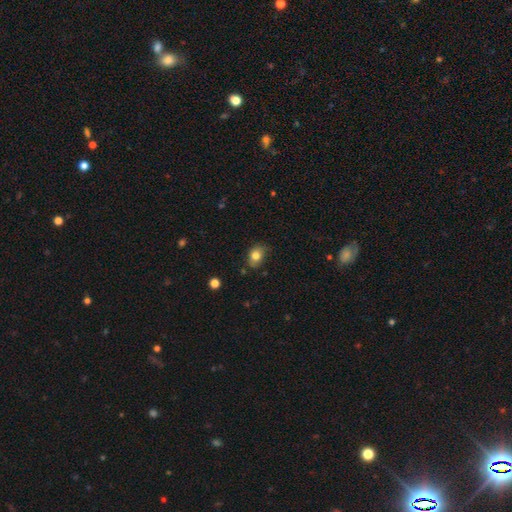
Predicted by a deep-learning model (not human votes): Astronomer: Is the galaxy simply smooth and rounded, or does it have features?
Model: smooth — 80%.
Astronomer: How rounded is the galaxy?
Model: in between — 70%.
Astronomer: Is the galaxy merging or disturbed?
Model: none — 71%.